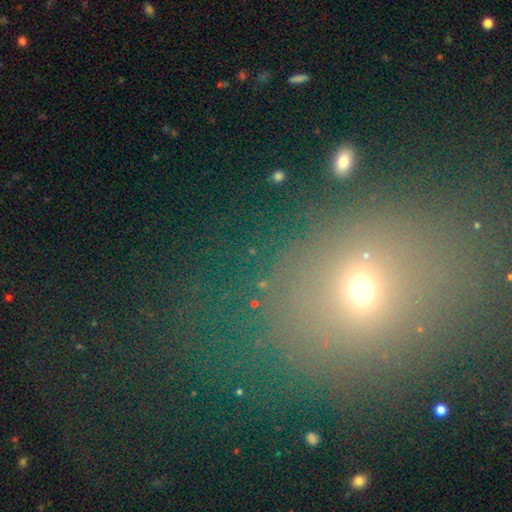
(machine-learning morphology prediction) Smooth or featured?
  - smooth: 52% *
  - star or artifact: 33%
  - featured or disk: 15%
How rounded?
  - round: 62% *
  - in between: 36%
  - cigar-shaped: 2%
Merging?
  - none: 61% *
  - major disturbance: 16%
  - minor disturbance: 15%
  - merger: 9%